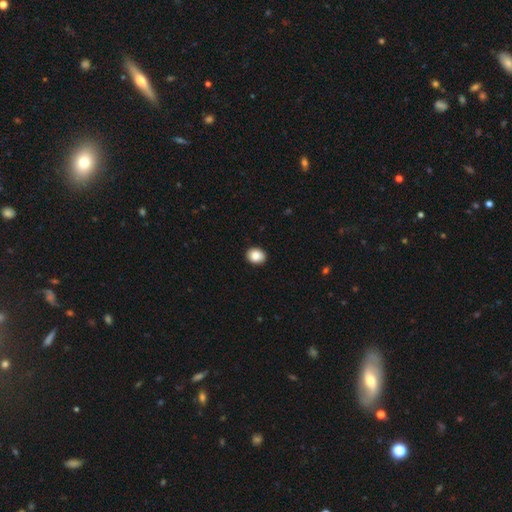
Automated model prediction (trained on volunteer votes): smooth_or_featured: smooth (p=0.88) [alt: star or artifact p=0.08]
how_rounded: round (p=0.54) [alt: in between p=0.45]
merging: none (p=0.92) [alt: minor disturbance p=0.06]